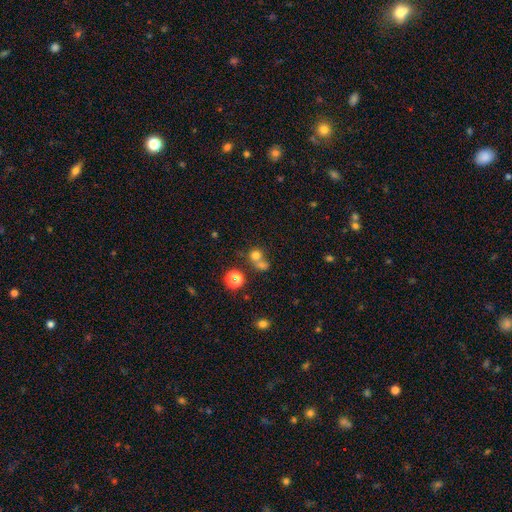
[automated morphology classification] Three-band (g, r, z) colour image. It shows a smooth galaxy with no disk features (69%) that is round (82%). Merging: merger (48%).